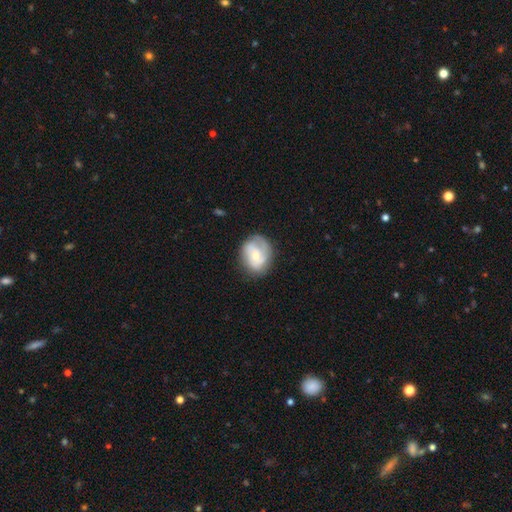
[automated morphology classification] smooth-or-featured: featured or disk: 56% | smooth: 38% | star or artifact: 6%
  disk-edge-on: no: 97% | yes: 3%
    bar: no: 63% | weak: 29% | strong: 8%
    has-spiral-arms: yes: 73% | no: 27%
    bulge-size: small: 50% | moderate: 44% | large: 3% | none: 2% | dominant: 1%
  merging: none: 66% | minor disturbance: 23% | major disturbance: 10% | merger: 2%